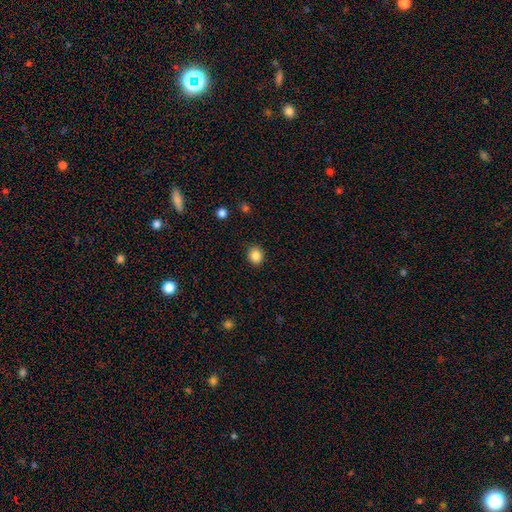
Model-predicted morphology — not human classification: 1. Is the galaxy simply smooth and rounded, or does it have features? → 86% smooth, 10% star or artifact, 4% featured or disk.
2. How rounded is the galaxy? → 79% round, 20% in between, 1% cigar-shaped.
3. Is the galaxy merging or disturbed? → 88% none, 8% minor disturbance, 2% major disturbance, 1% merger.